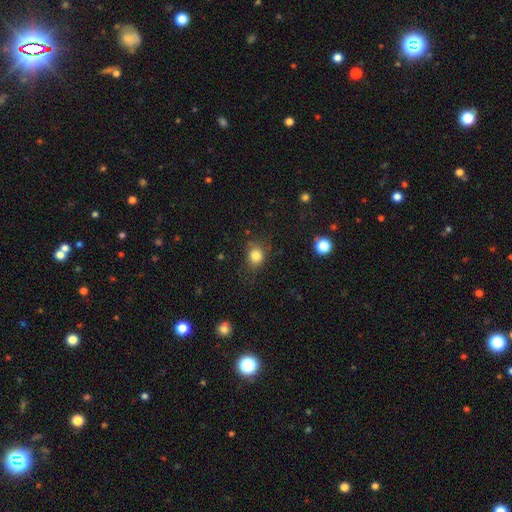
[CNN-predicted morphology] Smooth or featured: smooth — 82% (star or artifact — 11%)
How rounded: round — 64% (in between — 35%)
Merging: none — 74% (minor disturbance — 18%)